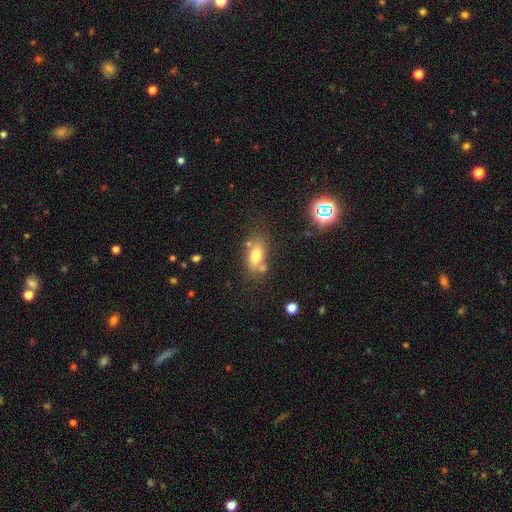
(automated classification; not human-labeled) This is likely a smooth galaxy (73%). How rounded: clearly in between (82%). Merging: likely none (64%).